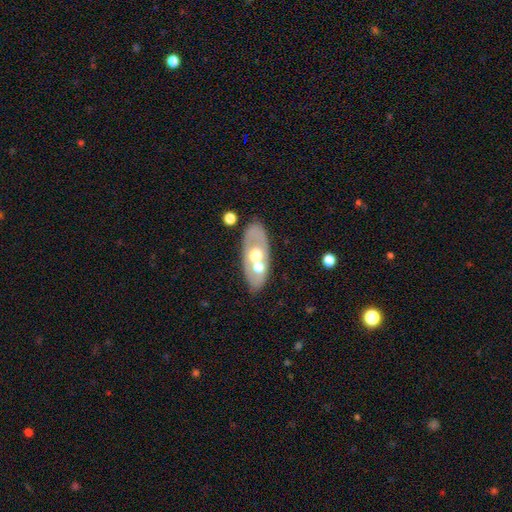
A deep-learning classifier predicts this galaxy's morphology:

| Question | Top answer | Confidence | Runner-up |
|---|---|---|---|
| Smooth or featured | featured or disk | 54% | smooth (40%) |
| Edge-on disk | no | 82% | yes (18%) |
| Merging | none | 61% | merger (21%) |